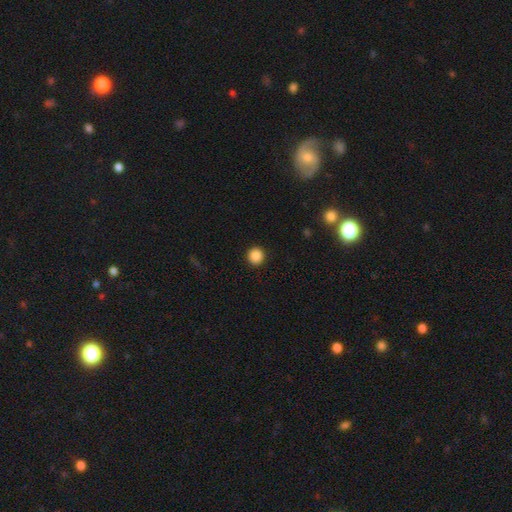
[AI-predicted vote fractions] This appears to be a smooth galaxy with no disk features (88%) that is round (94%). Merging: none (93%).